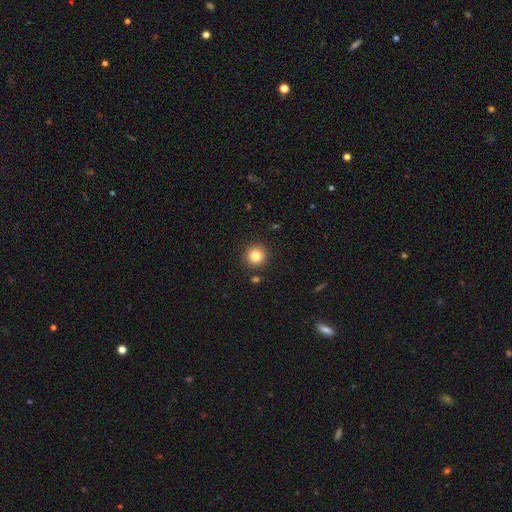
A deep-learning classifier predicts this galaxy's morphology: A smooth galaxy with no disk features (83%) that is round (95%).

Vote fractions:
- Smooth or featured? smooth: 83% / star or artifact: 11% / featured or disk: 6%
- How rounded? round: 95% / in between: 4% / cigar-shaped: 1%
- Merging? none: 90% / minor disturbance: 5% / merger: 2% / major disturbance: 2%